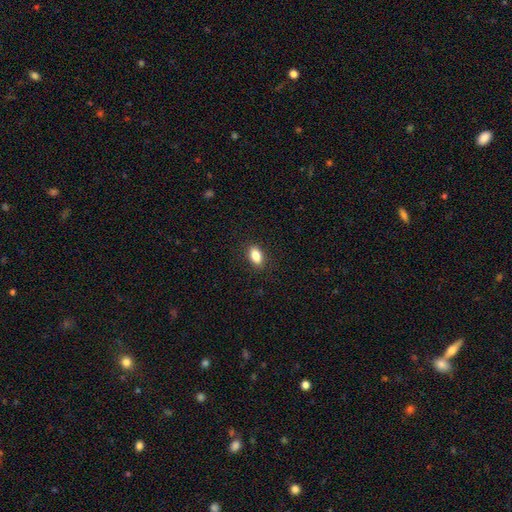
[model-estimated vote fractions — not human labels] Overall: smooth (85%). How rounded: in between (88%). Merging: none (88%).